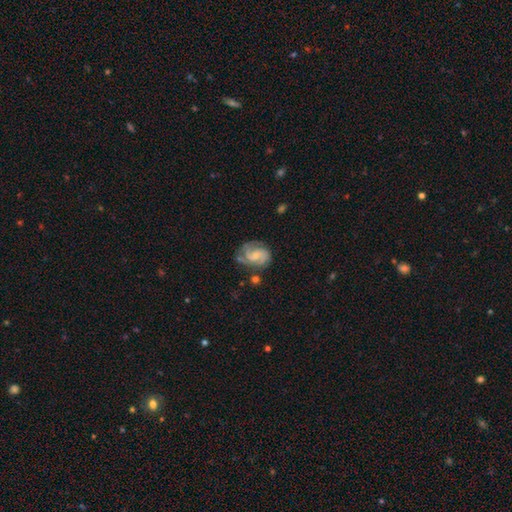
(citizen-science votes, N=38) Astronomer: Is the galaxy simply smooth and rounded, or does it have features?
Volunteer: featured or disk — 87%.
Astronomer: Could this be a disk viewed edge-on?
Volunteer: no — 94%.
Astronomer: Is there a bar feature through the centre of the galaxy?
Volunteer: no — 68%.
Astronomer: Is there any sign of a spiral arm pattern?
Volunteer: yes — 94%.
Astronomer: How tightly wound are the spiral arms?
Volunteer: tight — 52% (runner-up: medium, 38%).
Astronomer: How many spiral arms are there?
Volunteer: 2 — 45% (runner-up: 3, 21%).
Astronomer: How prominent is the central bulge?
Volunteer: small — 65%.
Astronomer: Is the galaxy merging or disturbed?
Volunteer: none — 50% (runner-up: minor disturbance, 26%).